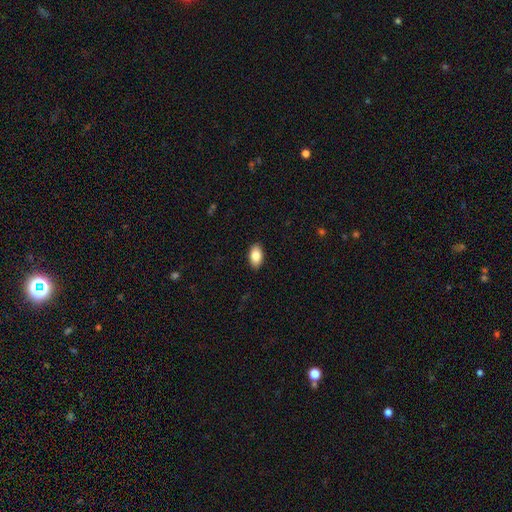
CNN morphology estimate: This appears to be a smooth galaxy with no disk features (84%) that is in between round and cigar-shaped (94%). Merging: none (90%).